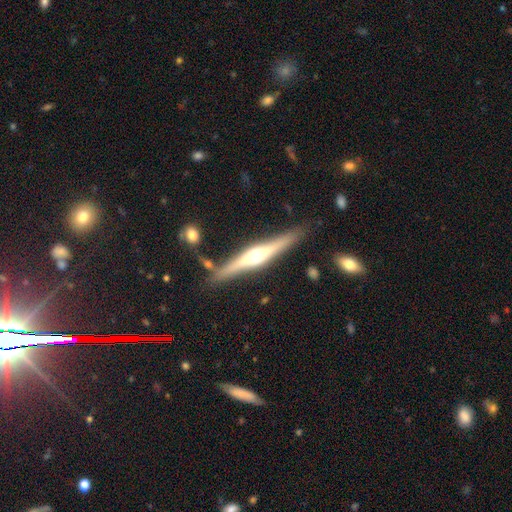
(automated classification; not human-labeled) A featured or disk galaxy (74%) viewed edge-on (97%) with a rounded central bulge (92%). Merging: none (83%).